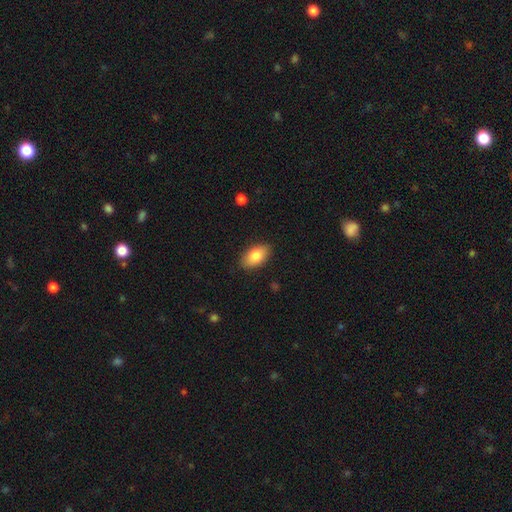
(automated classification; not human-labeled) A smooth galaxy with no disk features (82%) that is in between round and cigar-shaped (92%). Merging: none (88%).